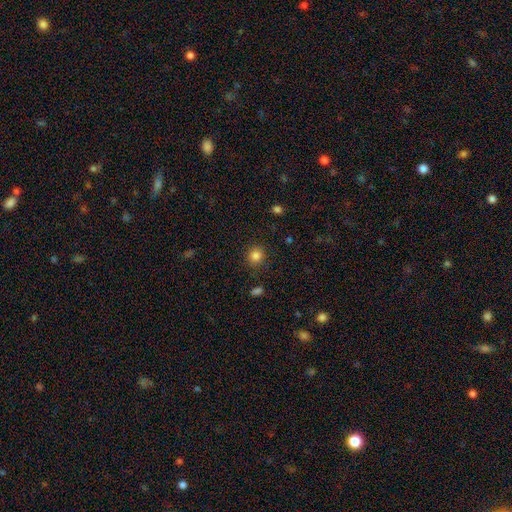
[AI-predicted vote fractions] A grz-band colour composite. It shows a smooth galaxy with no disk features (84%) that is round (87%). Merging: none (88%).